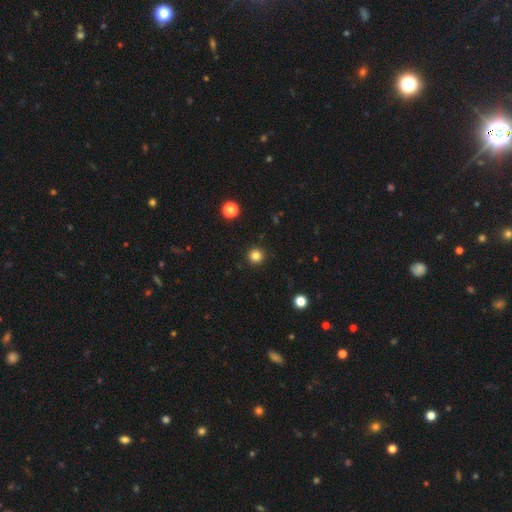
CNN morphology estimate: Smooth or featured? smooth (83%)
How rounded? round (96%)
Merging? none (93%)